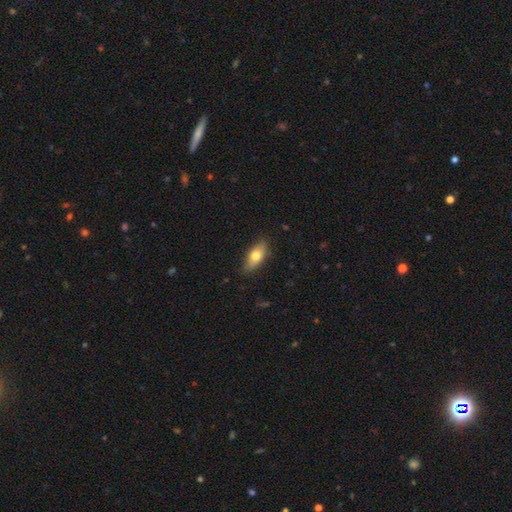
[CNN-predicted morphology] type=smooth (70%); roundness=in between (79%); merging=none (82%).